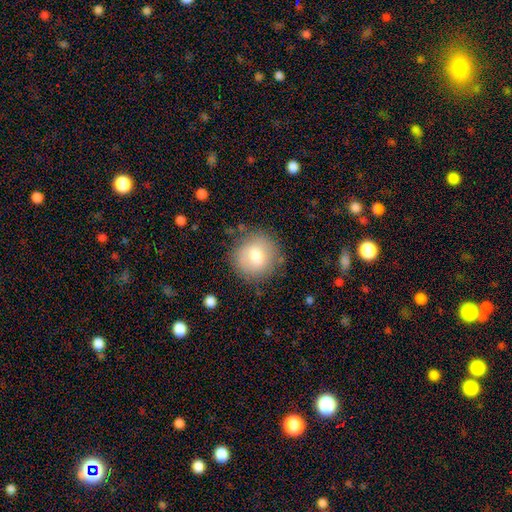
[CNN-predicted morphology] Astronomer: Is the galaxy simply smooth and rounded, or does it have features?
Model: smooth — 74%.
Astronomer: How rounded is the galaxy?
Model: round — 91%.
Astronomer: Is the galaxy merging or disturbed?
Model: none — 81%.